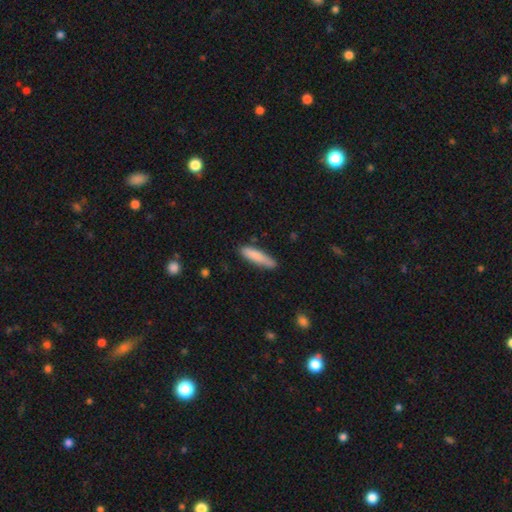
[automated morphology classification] smooth 84%, featured or disk 10%, star or artifact 6%. Down the decision tree: how rounded — cigar-shaped (81%); merging — none (80%).